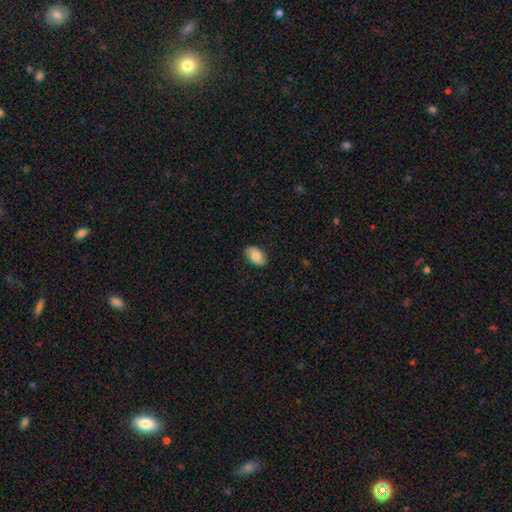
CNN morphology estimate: Smooth or featured? smooth (76%)
How rounded? in between (92%)
Merging? none (85%)